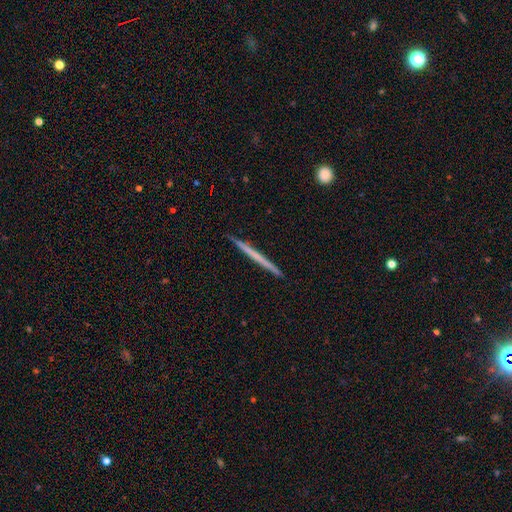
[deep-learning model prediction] Morphology: type=featured or disk (47%, tied with smooth); merging=none (92%).